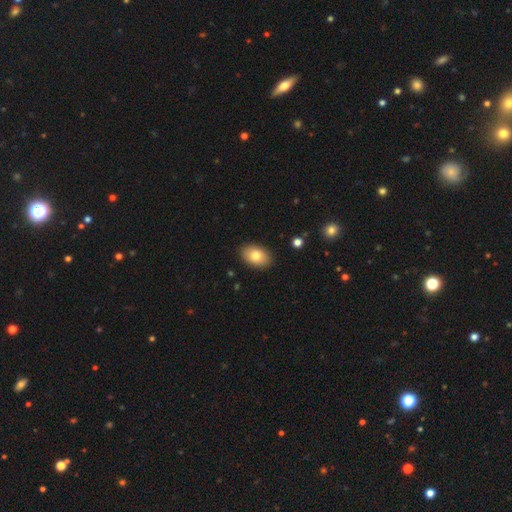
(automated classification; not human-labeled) smooth-or-featured: smooth: 81% | featured or disk: 12% | star or artifact: 7%
  how-rounded: in between: 89% | round: 10% | cigar-shaped: 1%
  merging: none: 89% | minor disturbance: 8% | major disturbance: 2% | merger: 1%